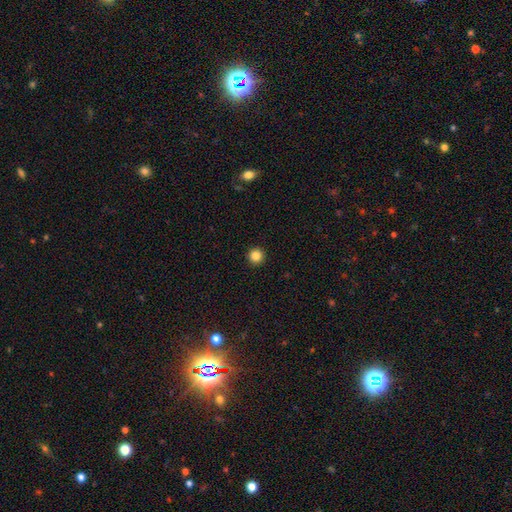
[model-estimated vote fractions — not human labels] The model was most divided on "smooth or featured": smooth: 84%, star or artifact: 12%, featured or disk: 4%. More confident: how rounded — round (96%); merging — none (94%).